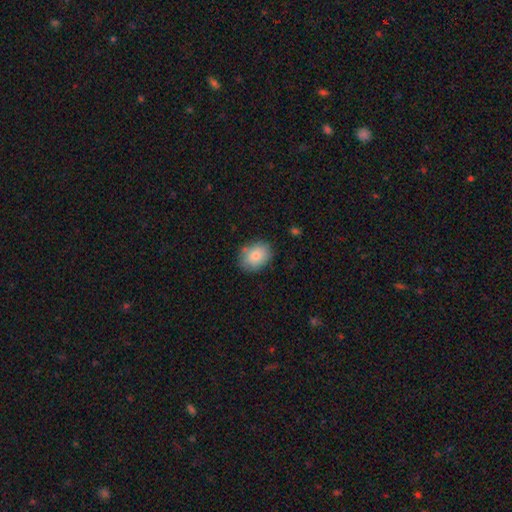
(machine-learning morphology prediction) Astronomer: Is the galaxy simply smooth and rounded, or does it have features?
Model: smooth — 82%.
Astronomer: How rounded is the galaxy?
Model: in between — 61% (runner-up: round, 38%).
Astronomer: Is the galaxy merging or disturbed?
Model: none — 80%.